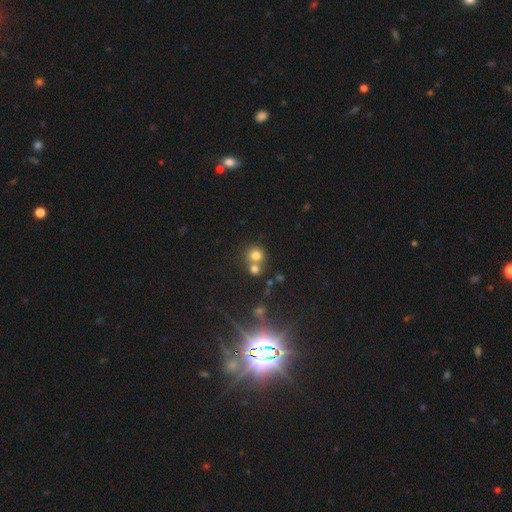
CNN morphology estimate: type=smooth (75%); roundness=round (88%); merging=none (49%).